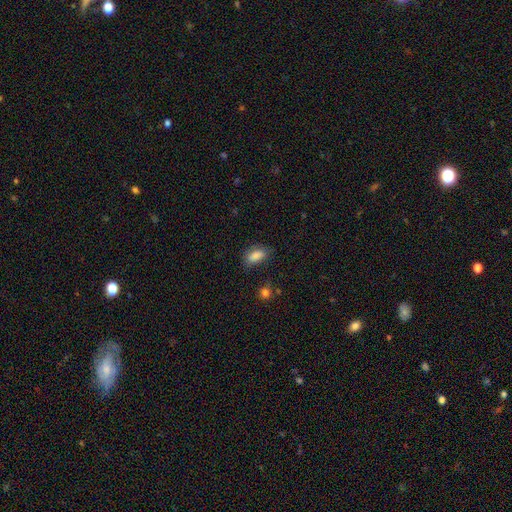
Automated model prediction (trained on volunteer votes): Smooth or featured: smooth — 83% (star or artifact — 9%)
How rounded: in between — 87% (cigar-shaped — 8%)
Merging: none — 69% (minor disturbance — 22%)